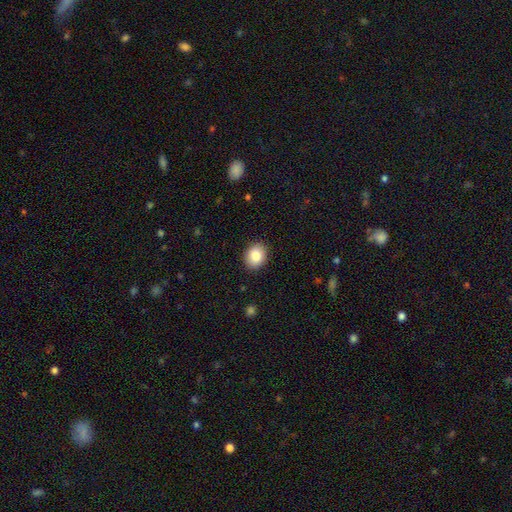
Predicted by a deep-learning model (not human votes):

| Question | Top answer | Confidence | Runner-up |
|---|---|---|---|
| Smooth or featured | smooth | 86% | star or artifact (8%) |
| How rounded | round | 50% | in between (49%) |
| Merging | none | 89% | minor disturbance (8%) |